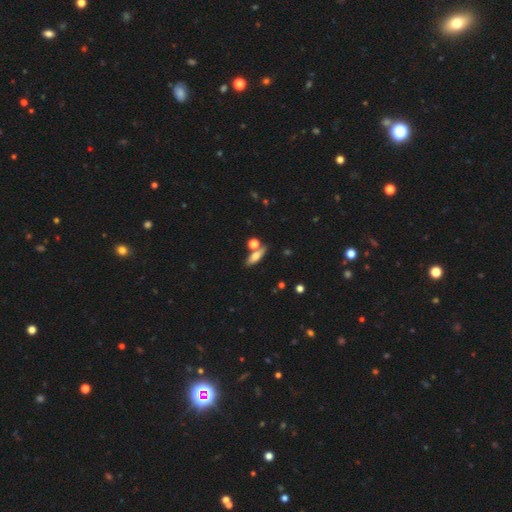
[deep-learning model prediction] The model was most divided on "how rounded": in between: 51%, cigar-shaped: 41%, round: 7%. More confident: merging — none (65%); smooth or featured — smooth (61%).